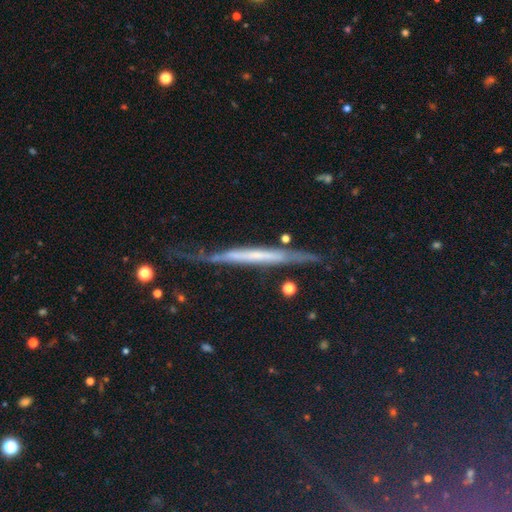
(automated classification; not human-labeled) This is likely a featured or disk galaxy (62%). It is clearly viewed edge-on (86%). Edge-on bulge: likely none (75%). Merging: possibly none (58%).